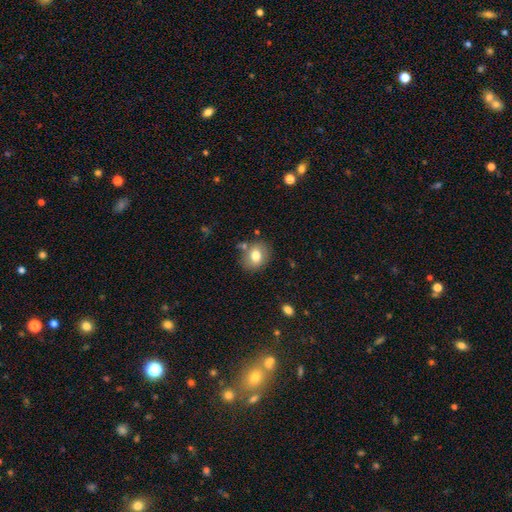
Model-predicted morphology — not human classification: Q: Smooth or featured?
A: smooth (76%); runner-up: featured or disk (14%)
Q: How rounded?
A: round (57%); runner-up: in between (42%)
Q: Merging?
A: none (77%); runner-up: minor disturbance (13%)